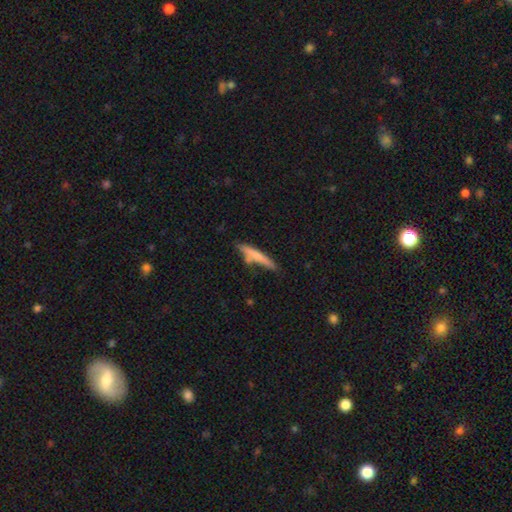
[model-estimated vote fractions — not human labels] Smooth or featured? smooth (64%)
How rounded? cigar-shaped (92%)
Merging? none (67%)